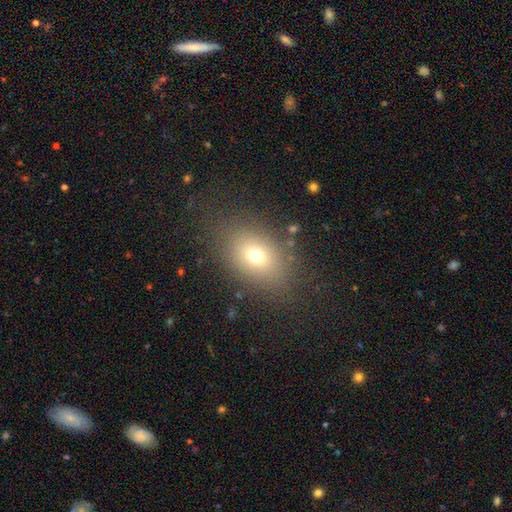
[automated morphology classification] type=smooth (69%); roundness=in between (71%); merging=none (80%).